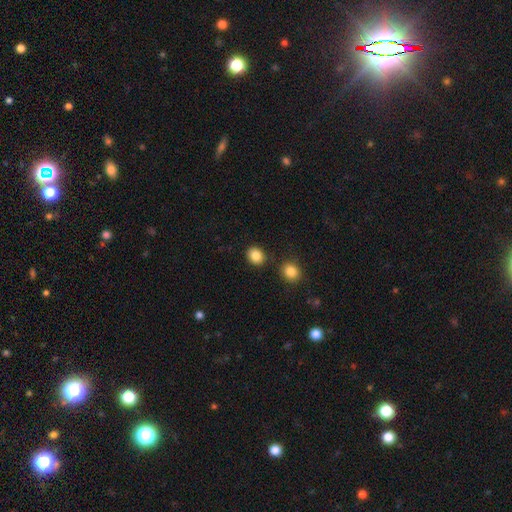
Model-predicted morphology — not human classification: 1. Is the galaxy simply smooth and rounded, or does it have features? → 86% smooth, 9% star or artifact, 5% featured or disk.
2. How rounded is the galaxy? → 66% round, 33% in between, 1% cigar-shaped.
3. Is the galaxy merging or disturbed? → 84% none, 8% minor disturbance, 6% merger, 2% major disturbance.